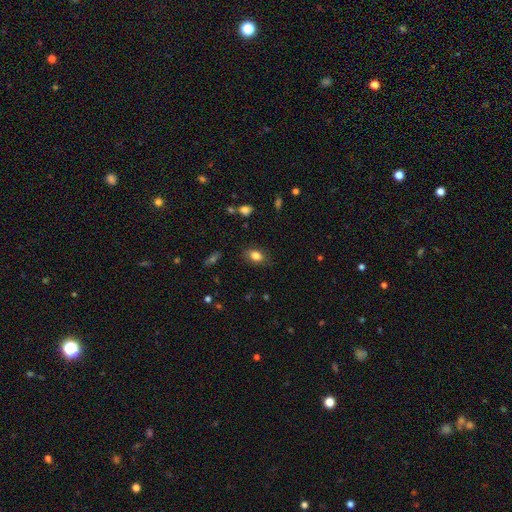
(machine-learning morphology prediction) Smooth or featured?
  - smooth: 83% *
  - star or artifact: 10%
  - featured or disk: 8%
How rounded?
  - in between: 80% *
  - round: 18%
  - cigar-shaped: 2%
Merging?
  - none: 80% *
  - minor disturbance: 14%
  - major disturbance: 4%
  - merger: 1%